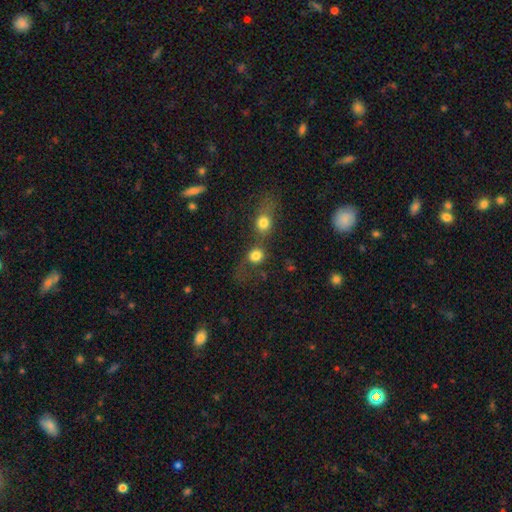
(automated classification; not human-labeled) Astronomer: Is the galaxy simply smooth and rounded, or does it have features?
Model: smooth — 79%.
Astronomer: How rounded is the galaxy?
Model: round — 81%.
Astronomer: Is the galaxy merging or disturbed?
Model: merger — 47% (runner-up: none, 34%).